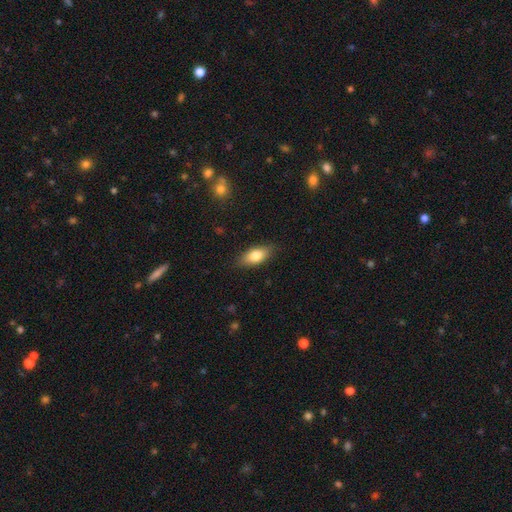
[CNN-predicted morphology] Overall: smooth (79%). How rounded: in between (85%). Merging: none (84%).